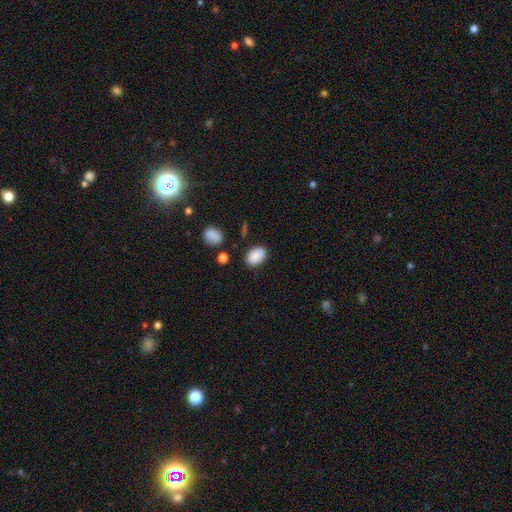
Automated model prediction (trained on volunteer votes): Smooth or featured? smooth (88%)
How rounded? in between (86%)
Merging? none (82%)